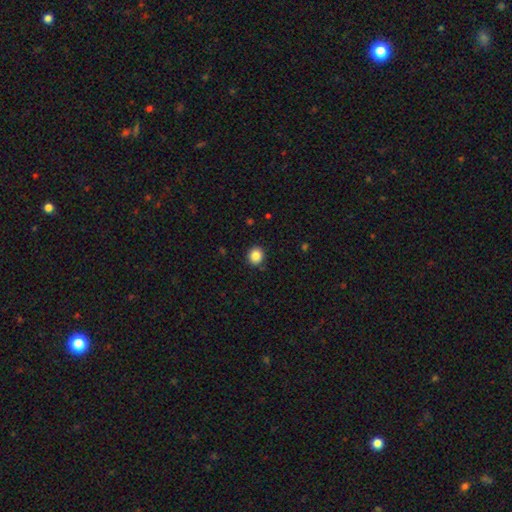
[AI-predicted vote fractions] Smooth or featured?
  - smooth: 86% *
  - star or artifact: 10%
  - featured or disk: 4%
How rounded?
  - round: 87% *
  - in between: 13%
  - cigar-shaped: 1%
Merging?
  - none: 90% *
  - minor disturbance: 7%
  - major disturbance: 2%
  - merger: 1%